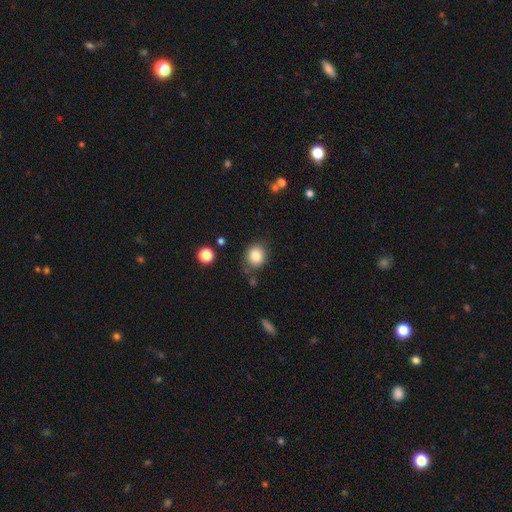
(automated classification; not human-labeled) Overall: smooth (84%). How rounded: round (73%). Merging: none (77%).